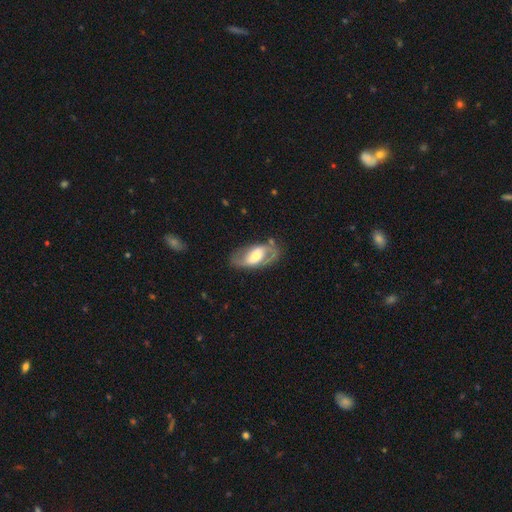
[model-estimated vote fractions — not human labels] Q: Smooth or featured?
A: featured or disk (71%); runner-up: smooth (24%)
Q: Edge-on disk?
A: no (93%); runner-up: yes (7%)
Q: Bar?
A: weak (40%); runner-up: strong (30%)
Q: Spiral arms?
A: yes (77%); runner-up: no (23%)
Q: Spiral winding?
A: medium (47%); runner-up: loose (32%)
Q: Spiral arm count?
A: 2 (85%); runner-up: can't tell (9%)
Q: Bulge size?
A: moderate (55%); runner-up: small (21%)
Q: Merging?
A: none (74%); runner-up: minor disturbance (16%)